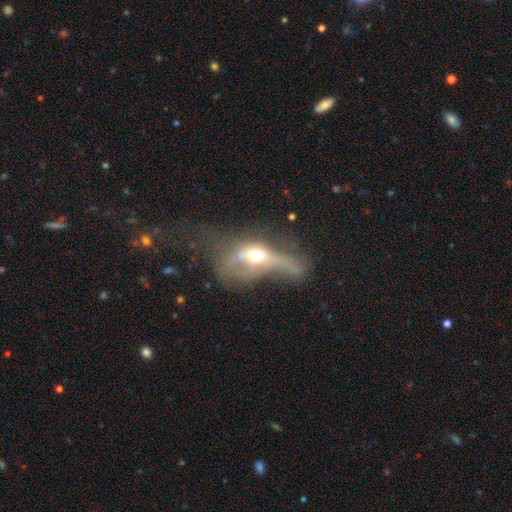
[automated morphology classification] type=featured or disk (49%); merging=major disturbance (60%).